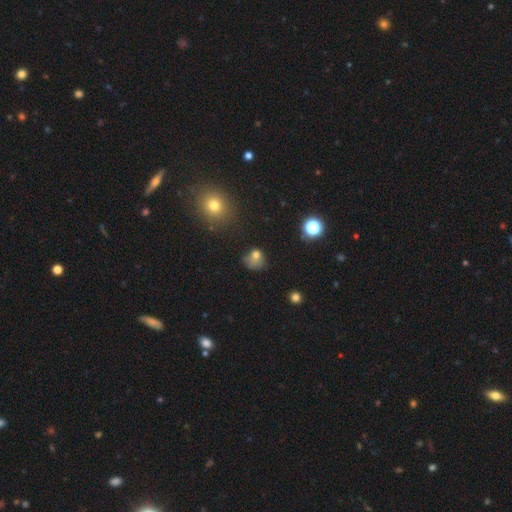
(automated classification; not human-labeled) A smooth galaxy with no disk features (68%) that is round (67%). Merging: none (45%).